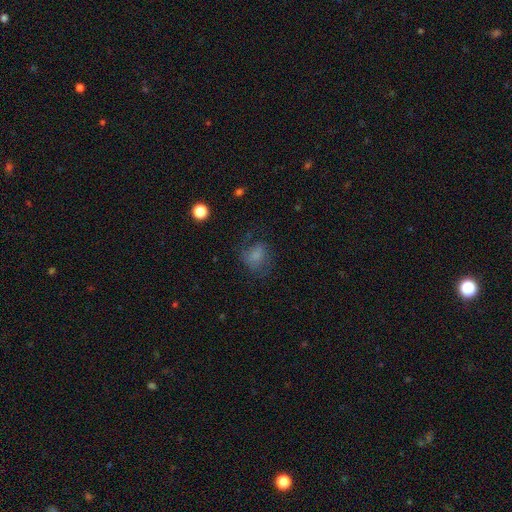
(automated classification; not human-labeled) Smooth or featured?
  - smooth: 65% *
  - featured or disk: 22%
  - star or artifact: 13%
How rounded?
  - round: 58% *
  - in between: 41%
  - cigar-shaped: 1%
Merging?
  - none: 53% *
  - minor disturbance: 23%
  - major disturbance: 22%
  - merger: 2%